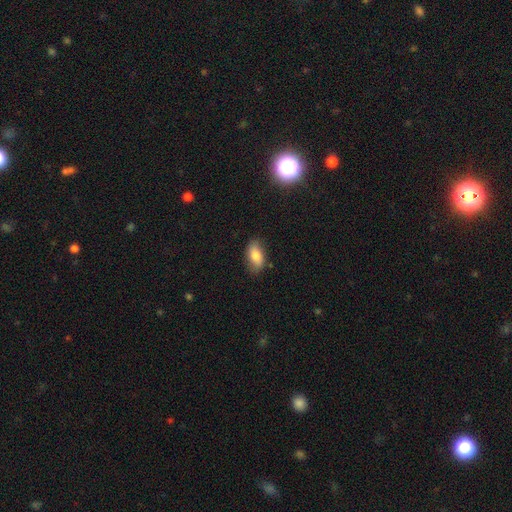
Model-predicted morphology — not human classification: Smooth or featured? Predicted: smooth (p=0.76). How rounded? Predicted: in between (p=0.91). Merging? Predicted: none (p=0.79).